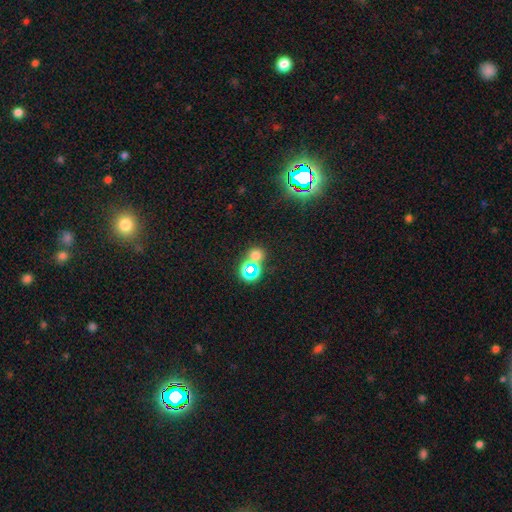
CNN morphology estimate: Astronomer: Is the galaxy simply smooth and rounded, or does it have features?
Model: smooth — 56% (runner-up: star or artifact, 35%).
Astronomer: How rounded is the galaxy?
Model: round — 81%.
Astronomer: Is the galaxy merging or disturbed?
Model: none — 58%.